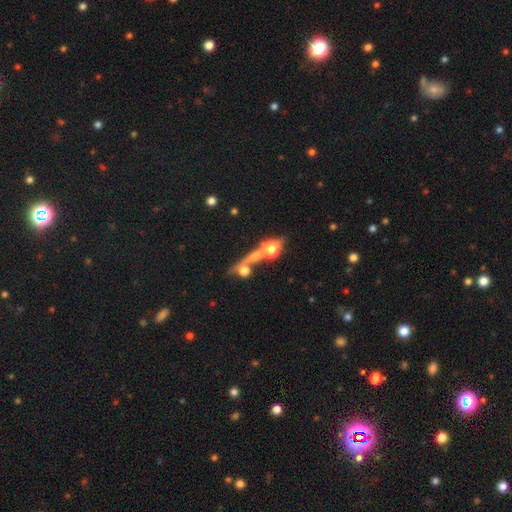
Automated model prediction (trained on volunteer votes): A smooth galaxy with no disk features (40%).

Vote fractions:
- Smooth or featured? smooth: 40% / featured or disk: 35% / star or artifact: 25%
- Merging? none: 40% / merger: 39% / major disturbance: 11% / minor disturbance: 10%